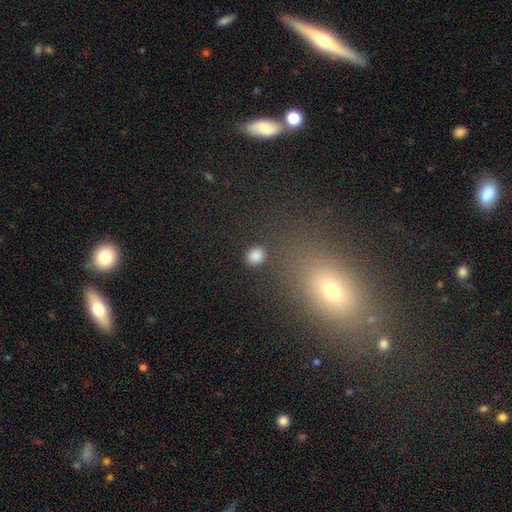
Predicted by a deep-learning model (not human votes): Morphology: type=smooth (85%); roundness=round (74%); merging=none (85%).